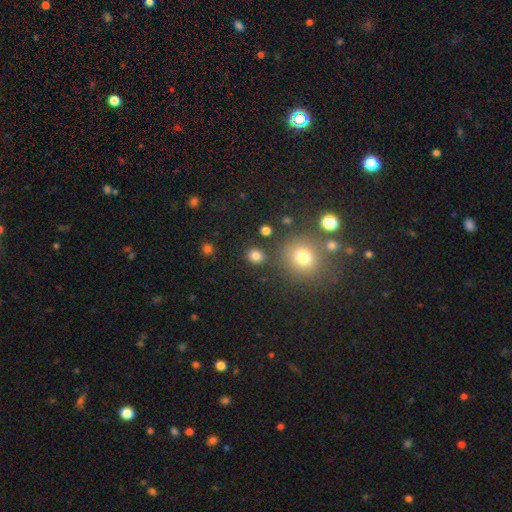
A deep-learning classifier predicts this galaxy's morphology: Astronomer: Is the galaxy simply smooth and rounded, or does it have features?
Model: smooth — 80%.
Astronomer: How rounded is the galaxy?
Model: round — 80%.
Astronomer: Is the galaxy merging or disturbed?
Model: none — 85%.